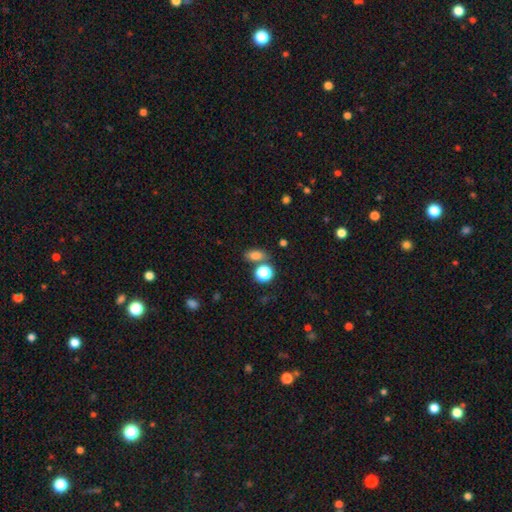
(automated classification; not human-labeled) smooth 76%, star or artifact 17%, featured or disk 7%. Down the decision tree: how rounded — in between (76%); merging — none (69%).